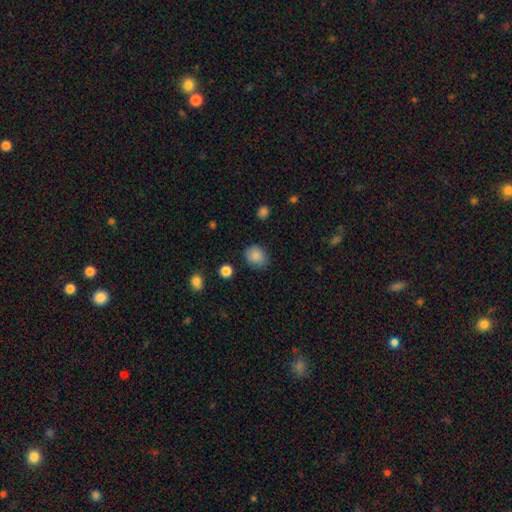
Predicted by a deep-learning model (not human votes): A smooth galaxy with no disk features (86%) that is round (60%). Merging: none (82%).